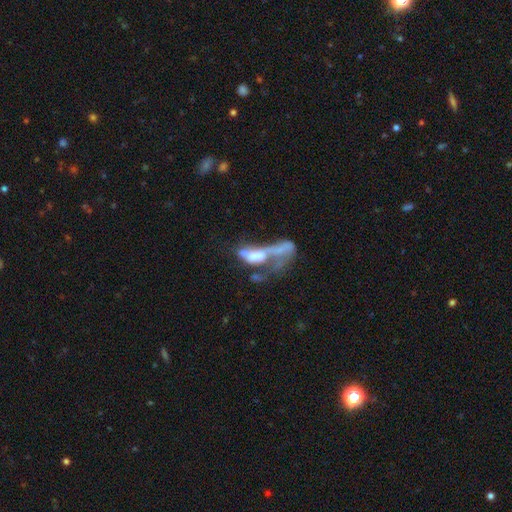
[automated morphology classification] A featured or disk galaxy (53%).

Vote fractions:
- Smooth or featured? featured or disk: 53% / smooth: 34% / star or artifact: 13%
- Edge-on disk? no: 87% / yes: 13%
- Merging? merger: 44% / major disturbance: 38% / none: 11% / minor disturbance: 7%